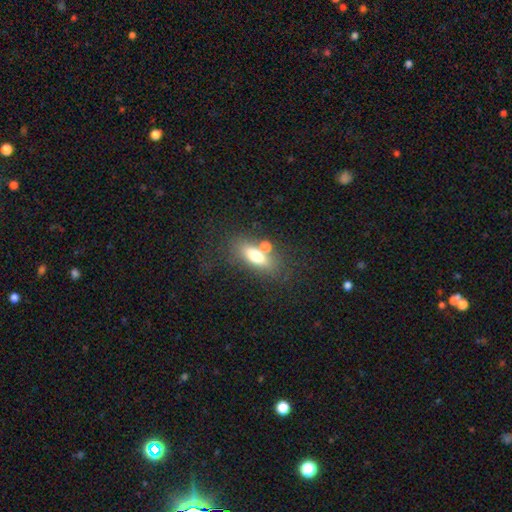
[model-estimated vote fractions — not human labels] smooth 66%, featured or disk 22%, star or artifact 11%. Down the decision tree: how rounded — in between (68%); merging — none (60%).